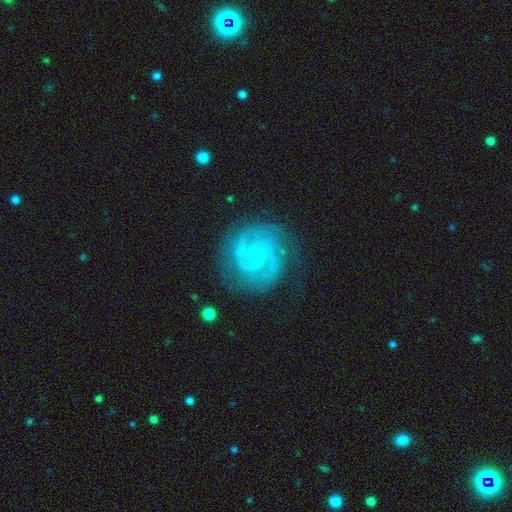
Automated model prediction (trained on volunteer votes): featured or disk 91%, star or artifact 5%, smooth 4%. Down the decision tree: edge-on disk — no (98%); bar — no (58%); spiral arms — yes (99%); spiral arm count — 2 (70%); spiral winding — tight (74%); bulge size — small (76%); merging — none (80%).